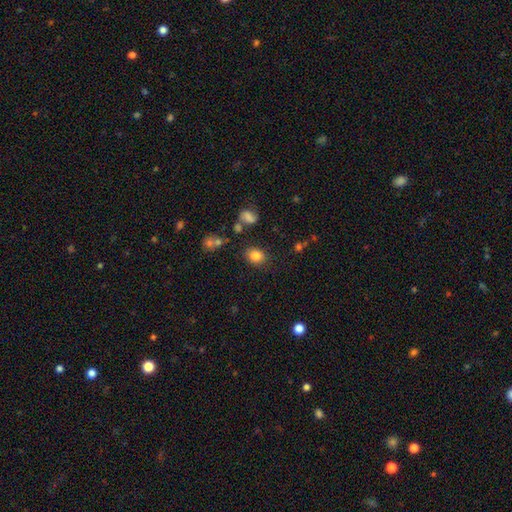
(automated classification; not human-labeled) Morphology: type=smooth (82%); roundness=in between (53%); merging=none (82%).